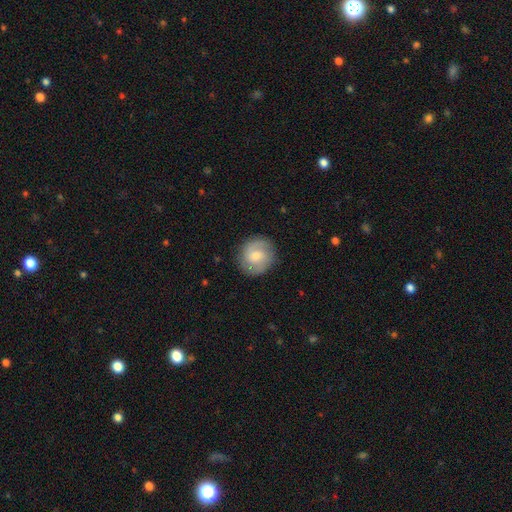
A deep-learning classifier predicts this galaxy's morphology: Smooth or featured? Predicted: featured or disk (p=0.53). Edge-on disk? Predicted: no (p=0.97). Bar? Predicted: no (p=0.52). Spiral arms? Predicted: yes (p=0.87). Bulge size? Predicted: moderate (p=0.47). Merging? Predicted: none (p=0.84).